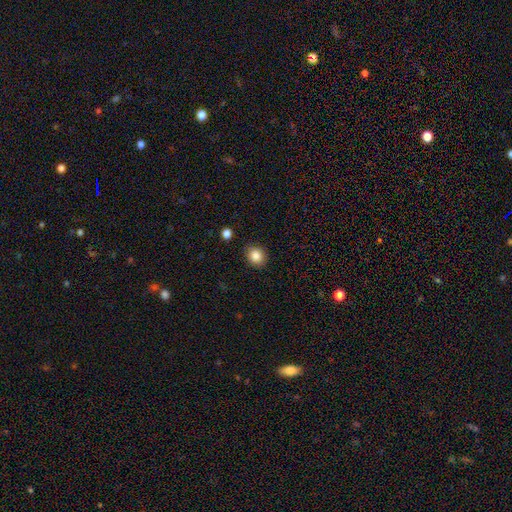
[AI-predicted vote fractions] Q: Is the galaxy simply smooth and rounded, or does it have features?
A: smooth — 85%.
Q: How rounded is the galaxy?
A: round — 74%.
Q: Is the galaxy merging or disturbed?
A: none — 88%.